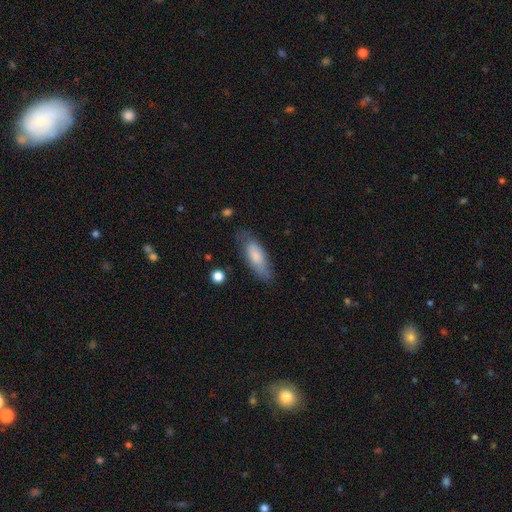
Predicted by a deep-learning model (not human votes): This is likely a smooth galaxy (75%). How rounded: likely in between (66%). Merging: likely none (70%).